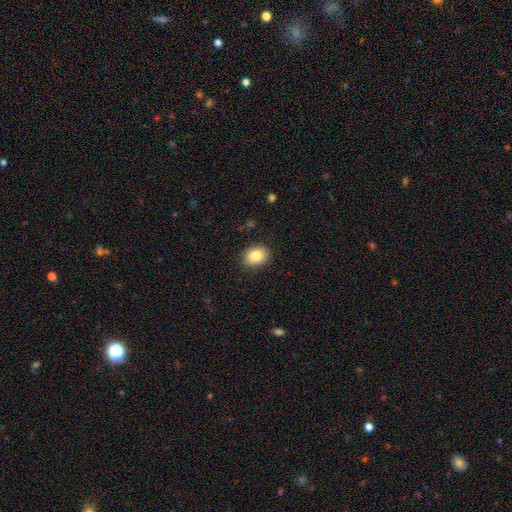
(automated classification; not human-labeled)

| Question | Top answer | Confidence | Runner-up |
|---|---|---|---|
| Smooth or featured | smooth | 84% | star or artifact (9%) |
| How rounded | in between | 54% | round (46%) |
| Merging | none | 89% | minor disturbance (8%) |